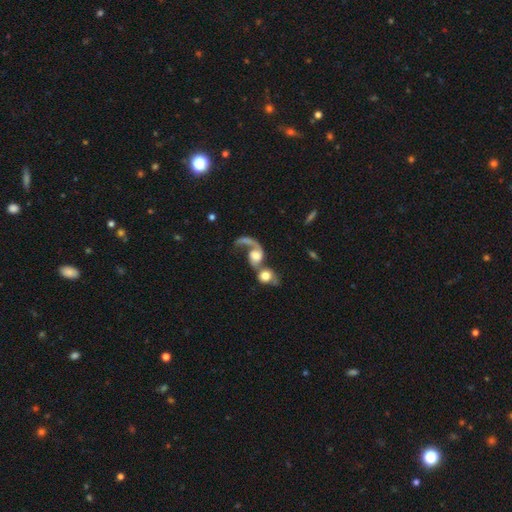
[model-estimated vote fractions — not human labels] This is possibly a featured or disk galaxy (58%). It is clearly not viewed edge-on (96%). Bar: likely no (73%). Spiral arm pattern: likely yes (76%). Central bulge: marginally moderate (40%). Merging: likely merger (71%).